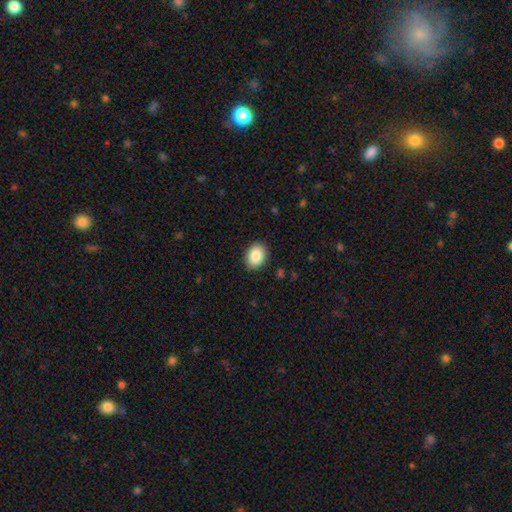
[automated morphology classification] smooth-or-featured: smooth: 87% | star or artifact: 8% | featured or disk: 6%
  how-rounded: in between: 66% | round: 33% | cigar-shaped: 1%
  merging: none: 89% | minor disturbance: 8% | major disturbance: 2% | merger: 1%